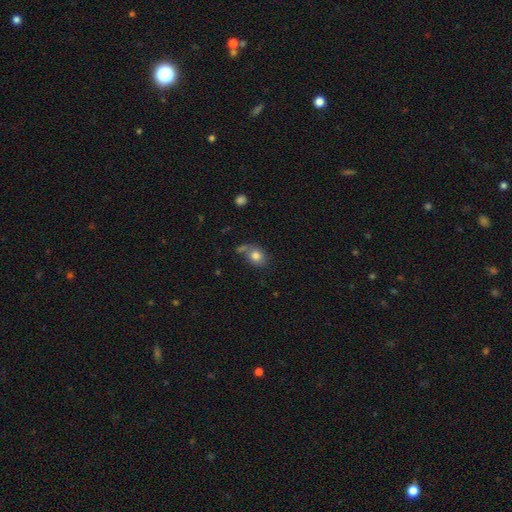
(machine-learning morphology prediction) smooth 80%, featured or disk 11%, star or artifact 10%. Down the decision tree: how rounded — in between (50%); merging — none (55%).